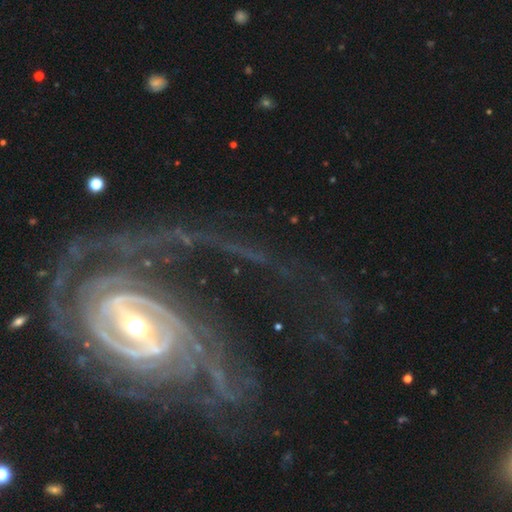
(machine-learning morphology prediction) Overall: featured or disk (89%). Edge-on disk: no (96%). Bar: strong (43%; weak 31%). Spiral arms: yes (91%). Spiral arm count: 2 (30%; can't tell 26%). Spiral winding: tight (55%; medium 29%). Bulge size: moderate (55%; small 36%). Merging: none (47%; major disturbance 35%).